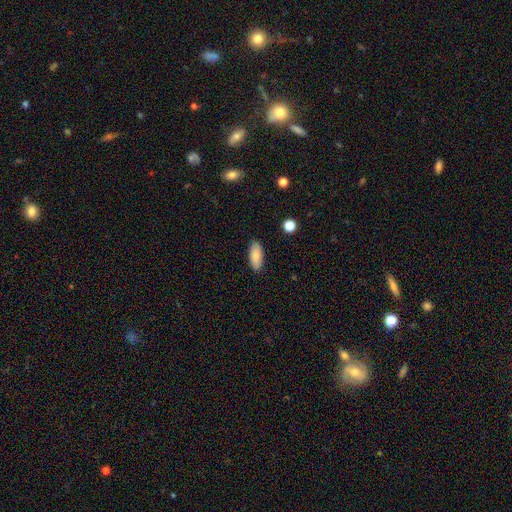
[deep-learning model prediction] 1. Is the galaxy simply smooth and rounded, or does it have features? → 82% smooth, 11% featured or disk, 7% star or artifact.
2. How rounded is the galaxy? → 84% in between, 13% cigar-shaped, 2% round.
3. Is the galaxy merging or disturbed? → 88% none, 9% minor disturbance, 2% major disturbance, 1% merger.